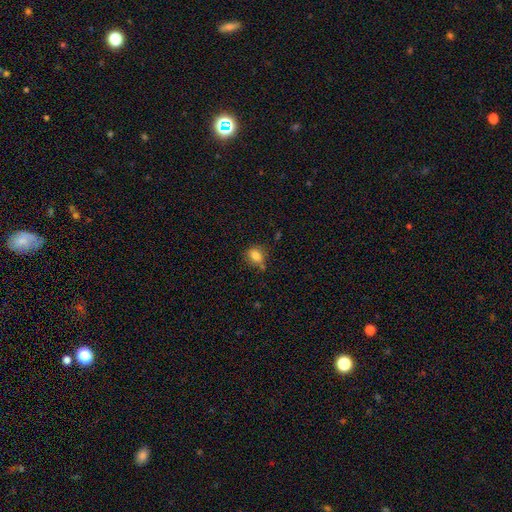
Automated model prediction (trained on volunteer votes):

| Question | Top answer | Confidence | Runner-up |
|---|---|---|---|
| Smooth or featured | smooth | 82% | star or artifact (11%) |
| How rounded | in between | 53% | round (46%) |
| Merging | none | 59% | minor disturbance (26%) |